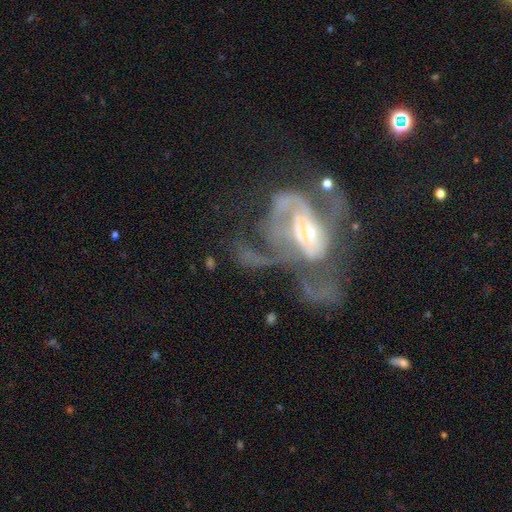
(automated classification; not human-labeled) Morphology: type=featured or disk (76%); edge-on=no (96%); bar=no (65%); spiral arms=yes (65%); bulge=small (51%); merging=major disturbance (49%).